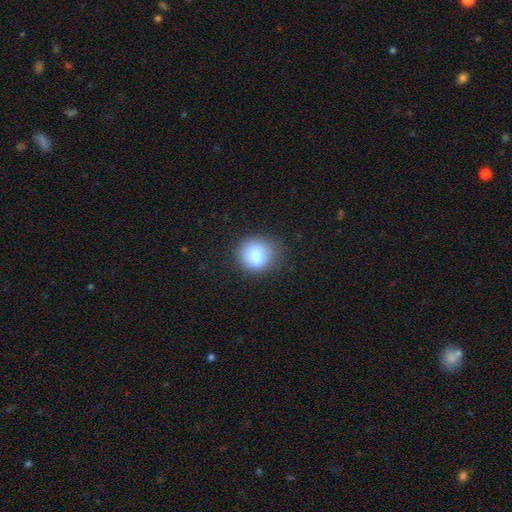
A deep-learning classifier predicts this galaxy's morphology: This is clearly a smooth galaxy (84%). How rounded: likely round (78%). Merging: likely none (75%).